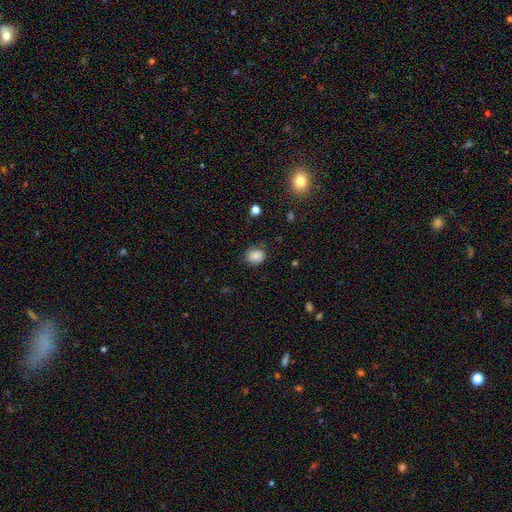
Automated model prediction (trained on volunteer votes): Smooth or featured: smooth — 82% (star or artifact — 10%)
How rounded: round — 65% (in between — 34%)
Merging: none — 75% (minor disturbance — 18%)